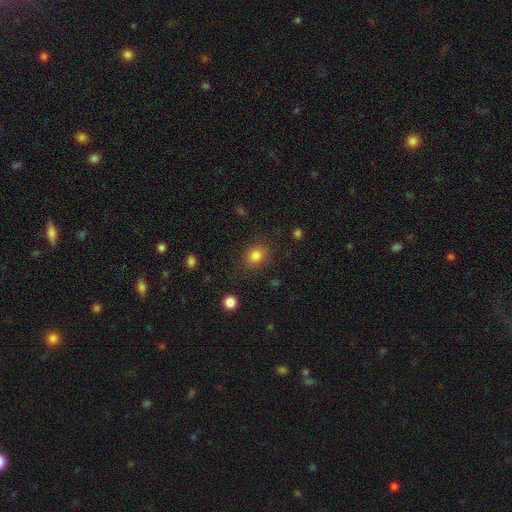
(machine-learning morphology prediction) This appears to be a smooth galaxy with no disk features (83%) that is round (70%). Merging: none (82%).